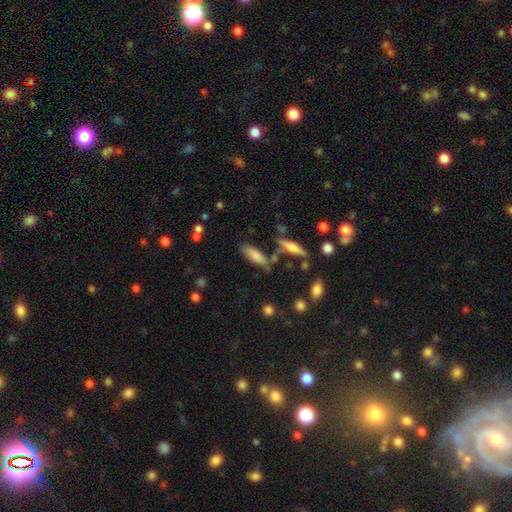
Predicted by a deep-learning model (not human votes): Smooth or featured?
  - smooth: 75% *
  - featured or disk: 16%
  - star or artifact: 9%
How rounded?
  - in between: 57% *
  - cigar-shaped: 40%
  - round: 2%
Merging?
  - none: 64% *
  - minor disturbance: 17%
  - merger: 14%
  - major disturbance: 6%